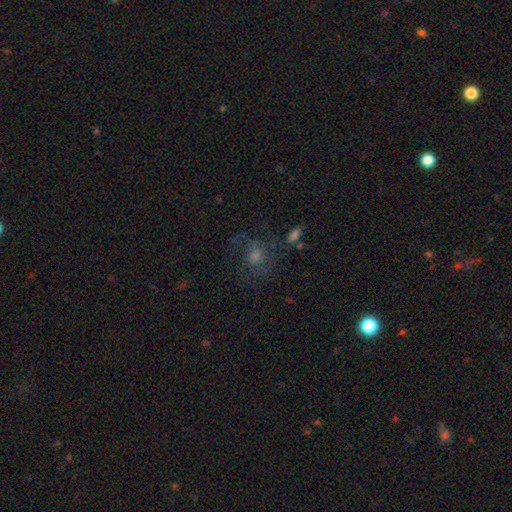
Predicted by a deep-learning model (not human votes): A featured or disk galaxy (46%). Merging: none (62%).